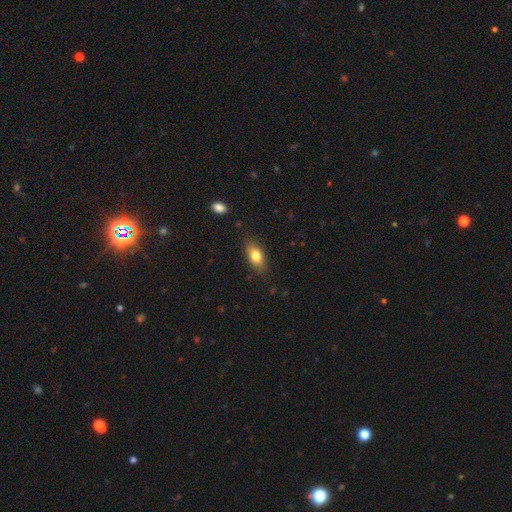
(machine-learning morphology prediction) A smooth galaxy with no disk features (78%) that is in between round and cigar-shaped (83%). Merging: none (82%).